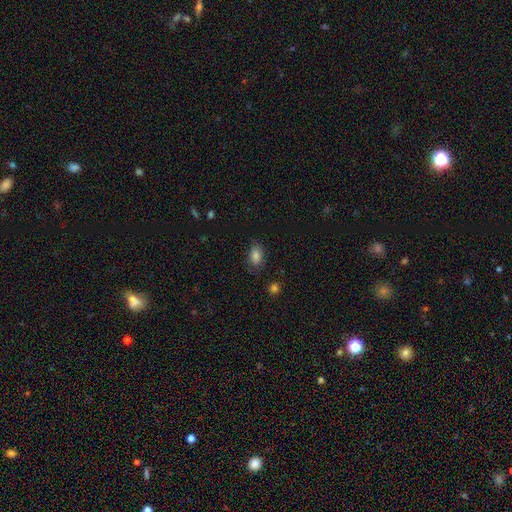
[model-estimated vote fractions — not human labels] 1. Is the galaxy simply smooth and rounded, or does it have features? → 84% smooth, 10% star or artifact, 6% featured or disk.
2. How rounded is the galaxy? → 85% in between, 13% round, 2% cigar-shaped.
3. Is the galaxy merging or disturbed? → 77% none, 17% minor disturbance, 4% major disturbance, 1% merger.